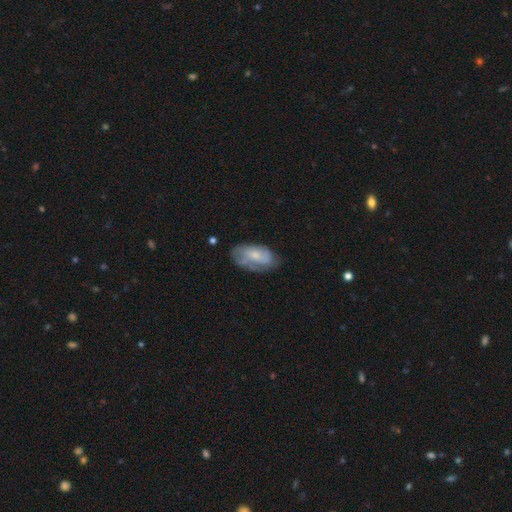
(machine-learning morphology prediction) Smooth or featured? smooth (47%)
Merging? none (57%)